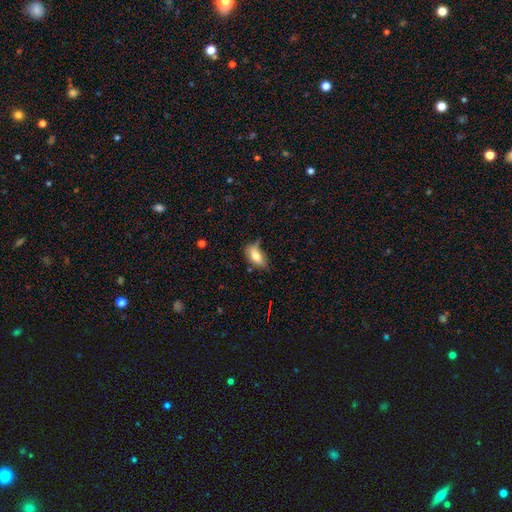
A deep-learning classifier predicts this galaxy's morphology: Smooth or featured: smooth — 76% (featured or disk — 15%)
How rounded: in between — 87% (cigar-shaped — 9%)
Merging: none — 51% (minor disturbance — 34%)